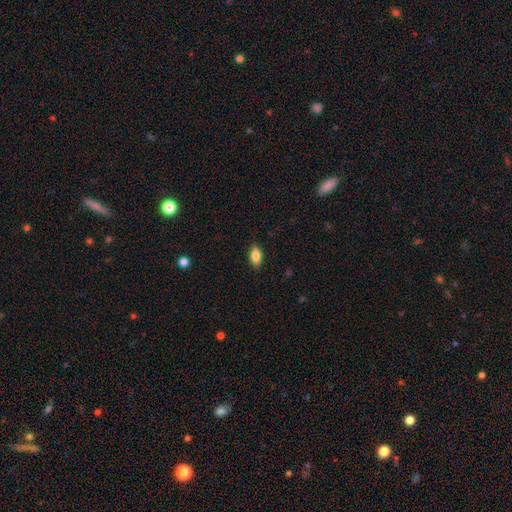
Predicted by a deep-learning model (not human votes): A smooth galaxy with no disk features (85%) that is in between round and cigar-shaped (89%).

Vote fractions:
- Smooth or featured? smooth: 85% / star or artifact: 7% / featured or disk: 7%
- How rounded? in between: 89% / cigar-shaped: 7% / round: 4%
- Merging? none: 88% / minor disturbance: 9% / major disturbance: 2% / merger: 1%